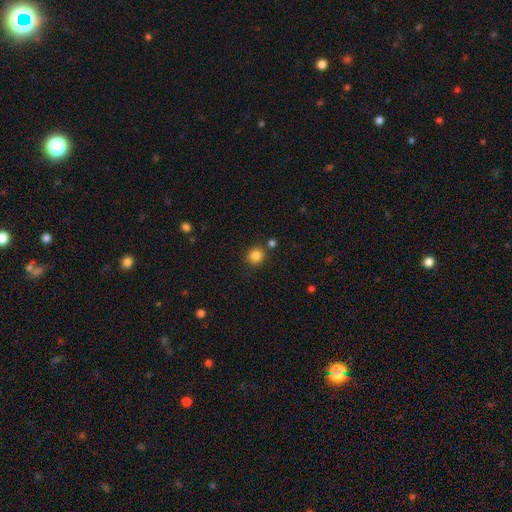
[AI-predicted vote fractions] This is clearly a smooth galaxy (85%). How rounded: clearly round (92%). Merging: clearly none (83%).